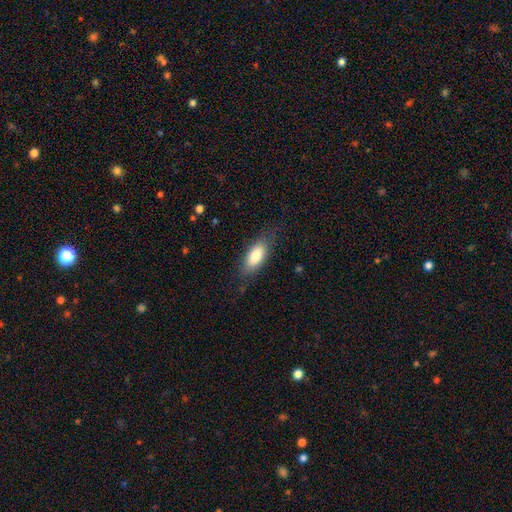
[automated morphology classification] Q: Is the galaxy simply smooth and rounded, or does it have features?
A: smooth — 81%.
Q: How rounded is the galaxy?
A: in between — 81%.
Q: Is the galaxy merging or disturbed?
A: none — 76%.